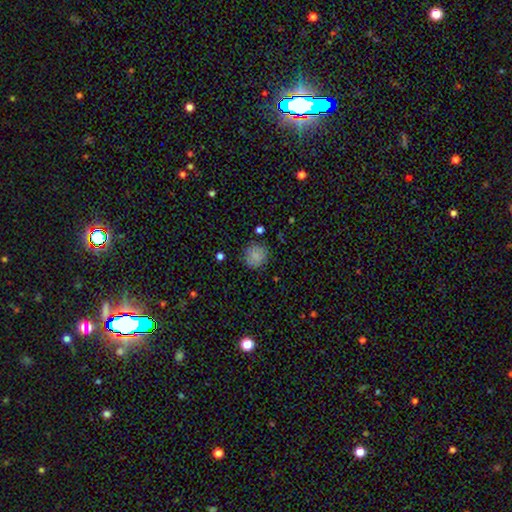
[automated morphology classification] smooth-or-featured: smooth: 83% | star or artifact: 9% | featured or disk: 8%
  how-rounded: round: 90% | in between: 9% | cigar-shaped: 1%
  merging: none: 83% | minor disturbance: 12% | major disturbance: 3% | merger: 2%